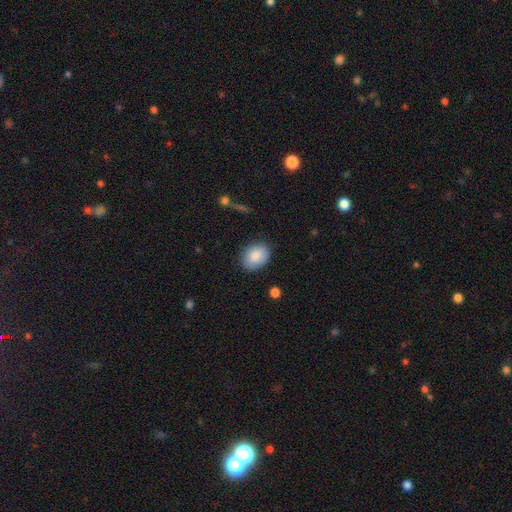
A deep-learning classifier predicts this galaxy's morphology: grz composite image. It shows a smooth galaxy with no disk features (86%) that is in between round and cigar-shaped (67%). Merging: none (81%).